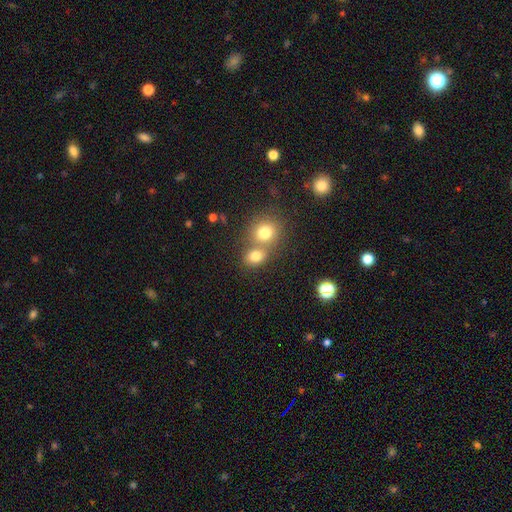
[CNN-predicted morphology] Smooth or featured? Predicted: smooth (p=0.77). How rounded? Predicted: round (p=0.66). Merging? Predicted: merger (p=0.48).